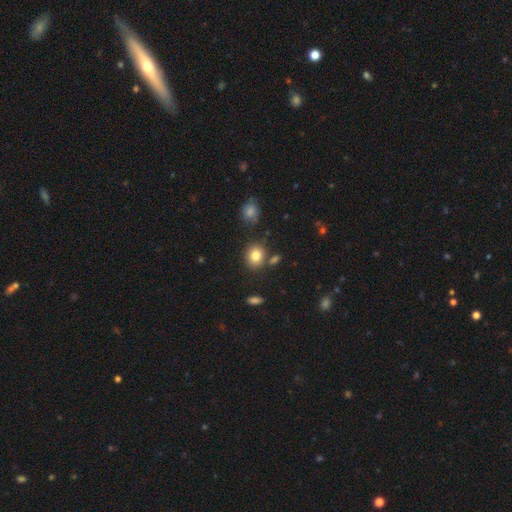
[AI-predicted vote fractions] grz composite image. It shows a smooth galaxy with no disk features (82%) that is round (67%). Merging: none (78%).